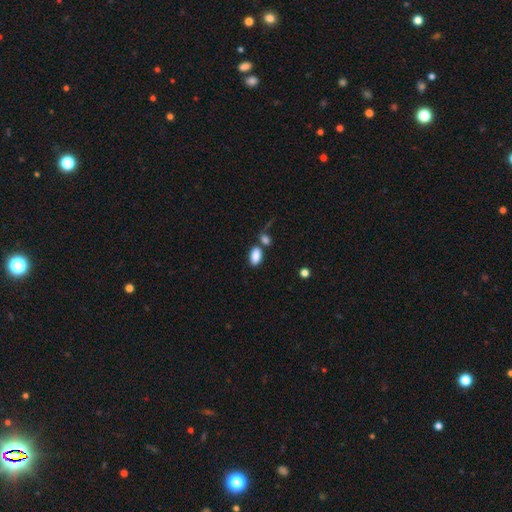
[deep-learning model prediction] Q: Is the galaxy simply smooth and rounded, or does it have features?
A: smooth — 87%.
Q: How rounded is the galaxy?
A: in between — 92%.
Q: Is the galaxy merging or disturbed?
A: none — 64%.